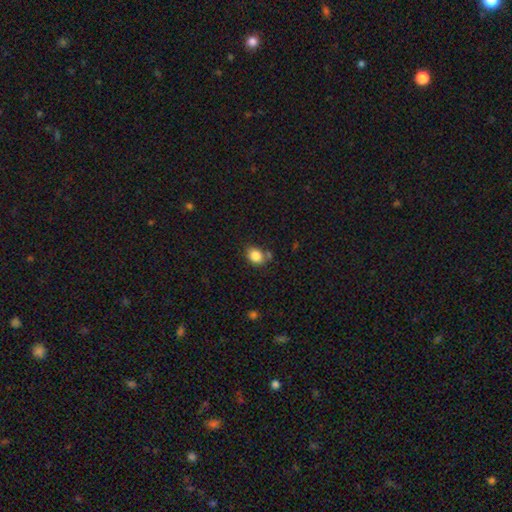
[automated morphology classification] smooth_or_featured: smooth (p=0.85) [alt: star or artifact p=0.09]
how_rounded: in between (p=0.53) [alt: round p=0.46]
merging: none (p=0.68) [alt: minor disturbance p=0.17]